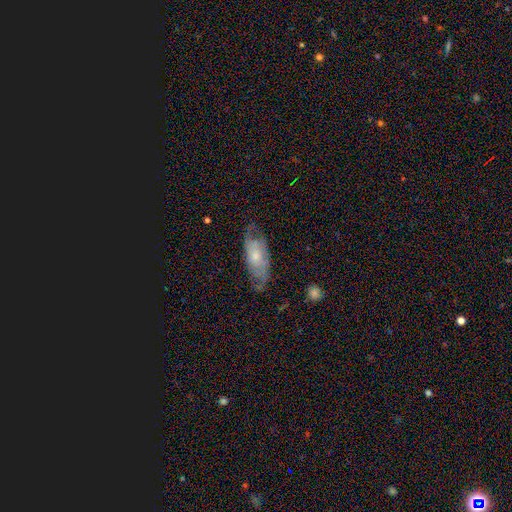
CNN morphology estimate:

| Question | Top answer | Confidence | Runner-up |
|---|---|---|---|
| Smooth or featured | featured or disk | 59% | smooth (34%) |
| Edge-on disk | no | 86% | yes (14%) |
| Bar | no | 76% | weak (21%) |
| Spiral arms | yes | 75% | no (25%) |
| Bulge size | small | 46% | moderate (44%) |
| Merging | none | 58% | minor disturbance (27%) |